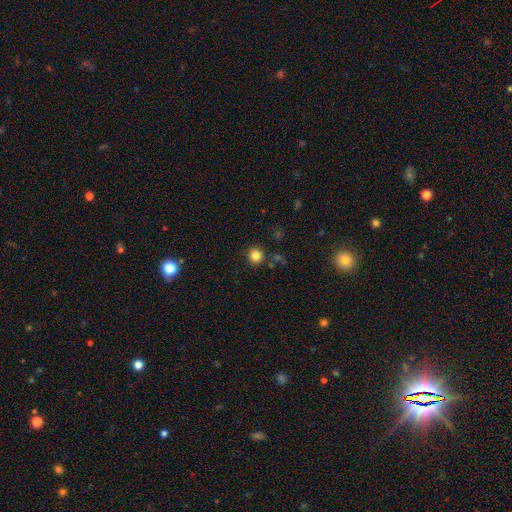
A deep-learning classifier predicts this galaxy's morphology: This appears to be a smooth galaxy with no disk features (82%) that is round (93%). Merging: none (89%).